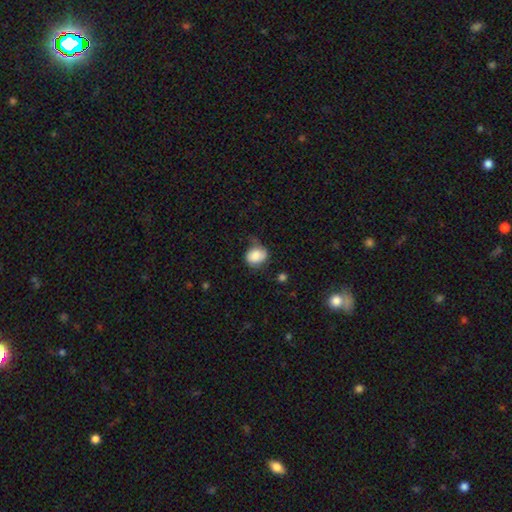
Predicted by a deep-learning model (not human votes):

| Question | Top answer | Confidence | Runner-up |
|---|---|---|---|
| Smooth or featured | smooth | 77% | featured or disk (15%) |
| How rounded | in between | 50% | round (49%) |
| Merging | none | 40% | minor disturbance (36%) |